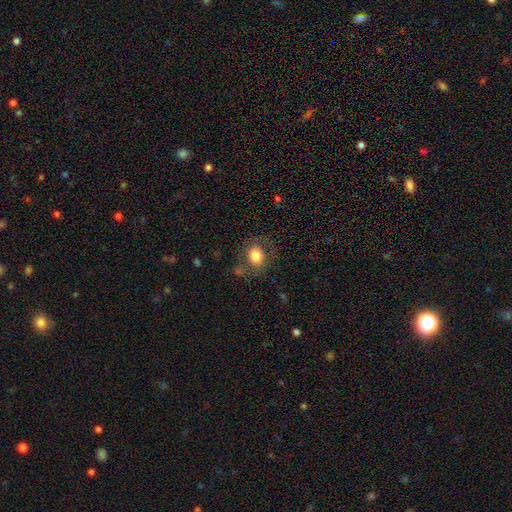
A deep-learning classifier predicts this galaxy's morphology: smooth 77%, featured or disk 14%, star or artifact 9%. Down the decision tree: how rounded — round (66%); merging — none (72%).